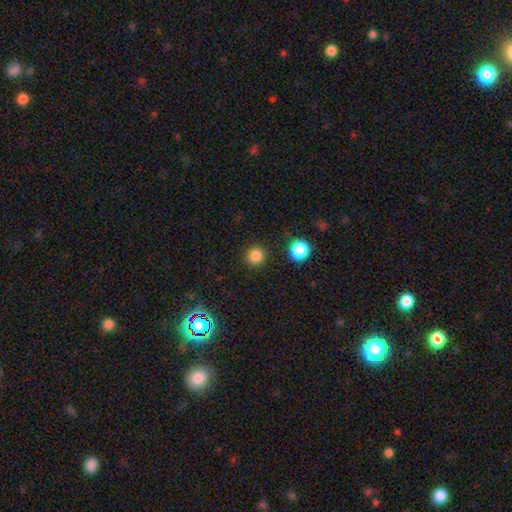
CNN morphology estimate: Smooth or featured: smooth — 83% (star or artifact — 14%)
How rounded: round — 93% (in between — 6%)
Merging: none — 91% (minor disturbance — 5%)